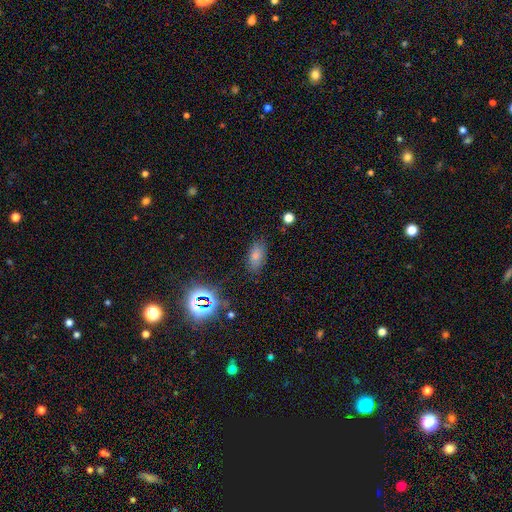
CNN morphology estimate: Smooth or featured? Predicted: smooth (p=0.69). How rounded? Predicted: in between (p=0.87). Merging? Predicted: none (p=0.83).